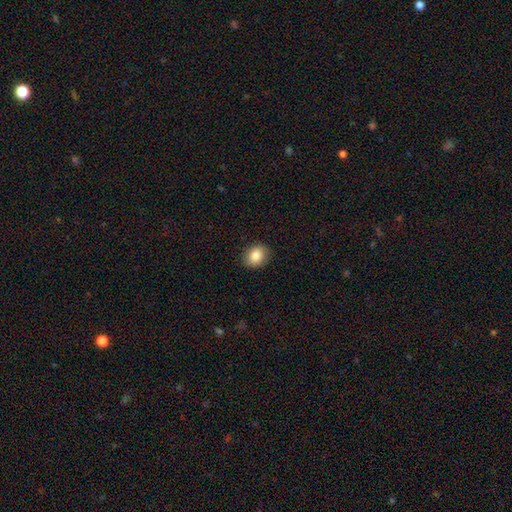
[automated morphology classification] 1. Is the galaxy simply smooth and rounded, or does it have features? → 84% smooth, 9% star or artifact, 7% featured or disk.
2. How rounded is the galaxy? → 50% round, 49% in between, 1% cigar-shaped.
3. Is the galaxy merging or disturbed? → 89% none, 8% minor disturbance, 2% major disturbance, 1% merger.